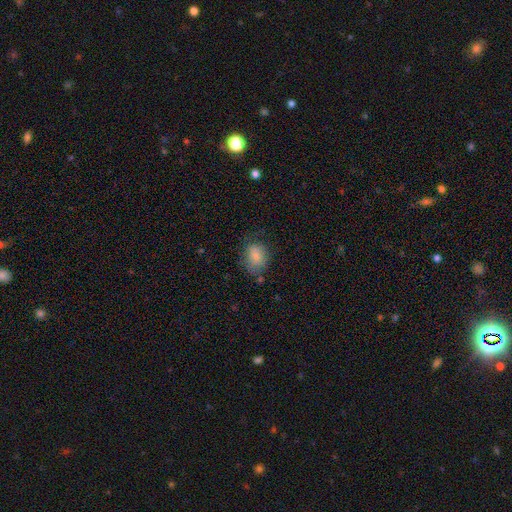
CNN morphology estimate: Smooth or featured? Predicted: smooth (p=0.83). How rounded? Predicted: in between (p=0.71). Merging? Predicted: none (p=0.65).